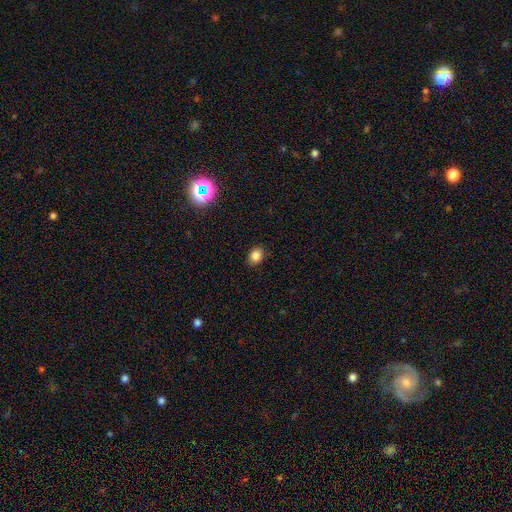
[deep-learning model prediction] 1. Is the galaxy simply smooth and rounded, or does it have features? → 83% smooth, 12% star or artifact, 5% featured or disk.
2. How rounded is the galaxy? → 52% in between, 47% round, 1% cigar-shaped.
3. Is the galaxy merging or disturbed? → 88% none, 9% minor disturbance, 2% major disturbance, 1% merger.